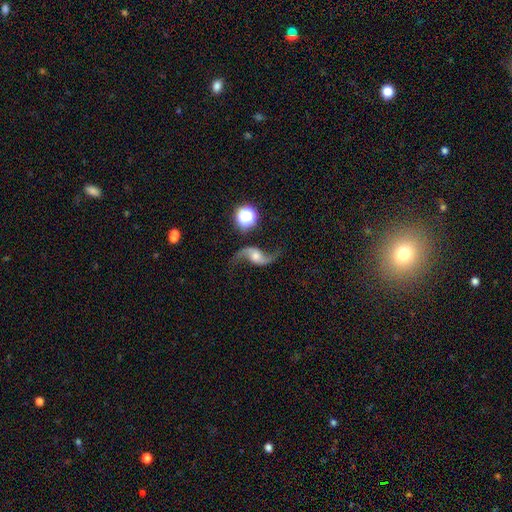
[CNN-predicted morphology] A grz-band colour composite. It shows a featured or disk galaxy (86%) with no bar (55%), 2 (94%) loose (91%) spiral arms (97%) and a moderate central bulge (45%). Merging: none (76%).